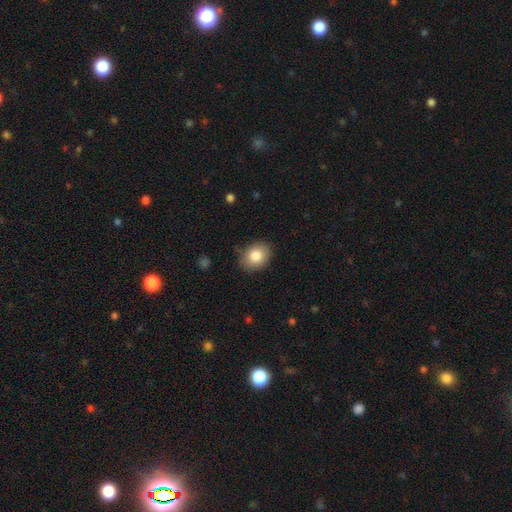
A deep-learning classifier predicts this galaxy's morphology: Smooth or featured? smooth (83%)
How rounded? round (53%)
Merging? none (83%)